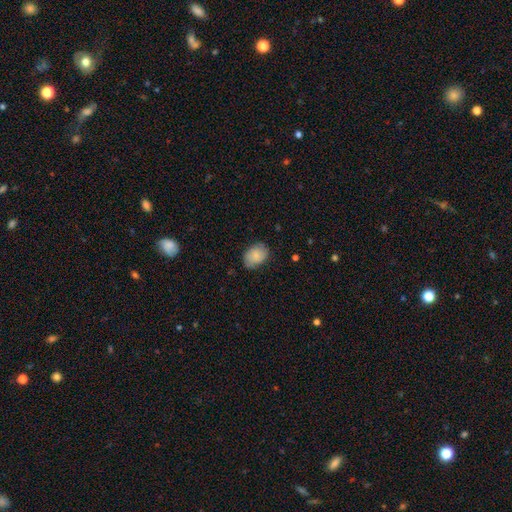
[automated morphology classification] Smooth or featured? smooth (78%)
How rounded? in between (76%)
Merging? none (73%)